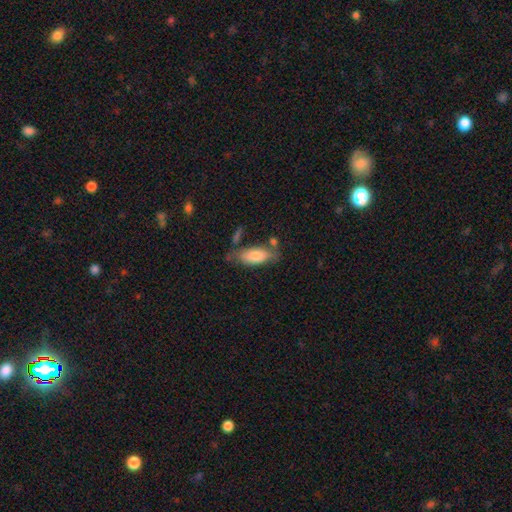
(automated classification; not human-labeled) Overall: smooth (80%). How rounded: in between (84%). Merging: none (57%; minor disturbance 24%).